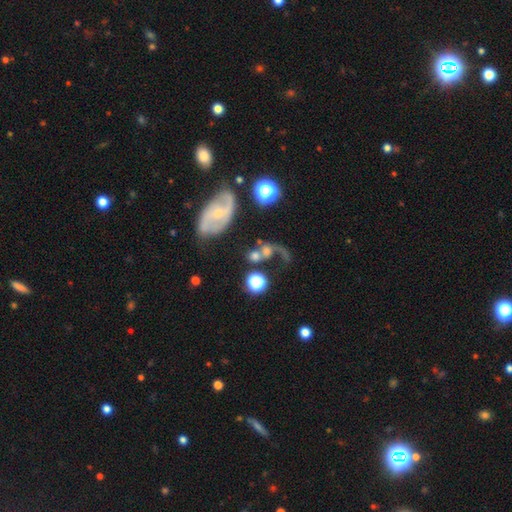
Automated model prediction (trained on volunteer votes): smooth_or_featured: smooth (p=0.45) [alt: featured or disk p=0.41]
merging: merger (p=0.40) [alt: none p=0.28]